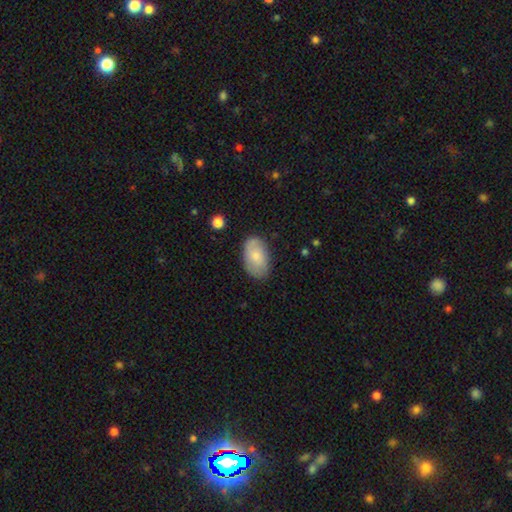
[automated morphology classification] type=smooth (70%); roundness=in between (92%); merging=none (77%).